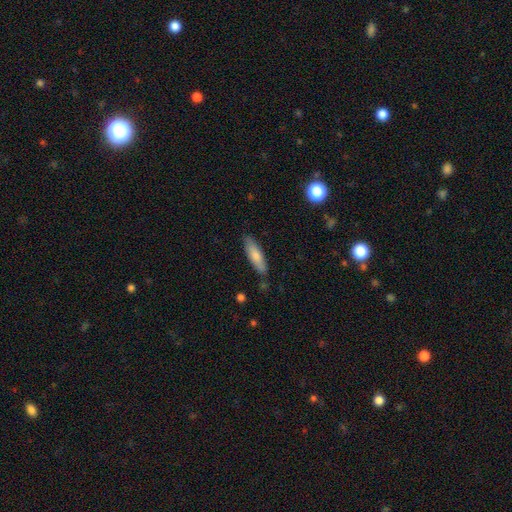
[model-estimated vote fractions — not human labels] This appears to be a smooth galaxy with no disk features (77%) that is cigar-shaped (61%). Merging: none (81%).